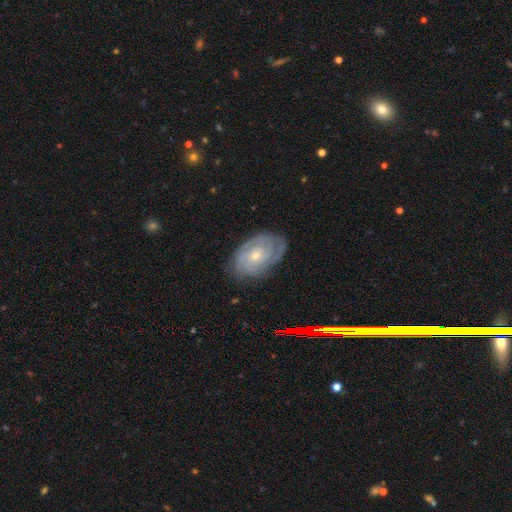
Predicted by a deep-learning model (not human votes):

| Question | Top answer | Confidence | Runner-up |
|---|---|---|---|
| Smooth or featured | featured or disk | 82% | smooth (12%) |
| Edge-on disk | no | 96% | yes (4%) |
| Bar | no | 74% | weak (22%) |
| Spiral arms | yes | 95% | no (5%) |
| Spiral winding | tight | 73% | medium (22%) |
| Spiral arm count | can't tell | 32% | 2 (27%) |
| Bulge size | small | 62% | moderate (35%) |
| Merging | none | 77% | minor disturbance (17%) |